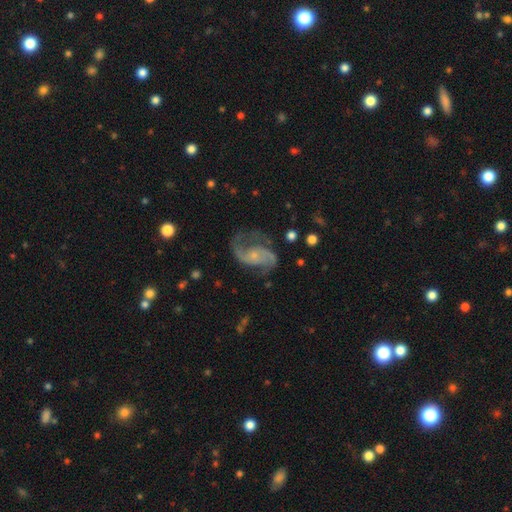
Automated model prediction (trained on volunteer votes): Morphology: type=featured or disk (86%); edge-on=no (98%); bar=no (64%); spiral arms=yes (95%); winding=medium (45%); arm count=2 (86%); bulge=small (71%); merging=none (61%).